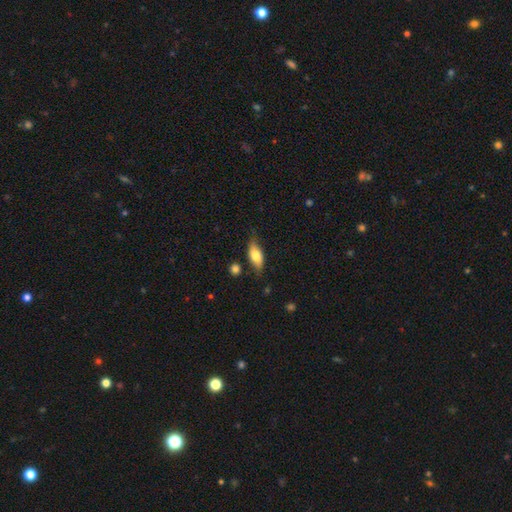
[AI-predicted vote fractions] Q: Smooth or featured?
A: smooth (71%); runner-up: featured or disk (22%)
Q: How rounded?
A: in between (83%); runner-up: cigar-shaped (13%)
Q: Merging?
A: none (67%); runner-up: minor disturbance (24%)